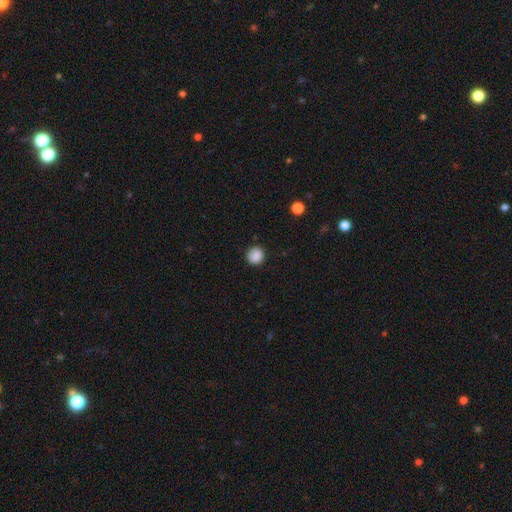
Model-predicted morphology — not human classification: Q: Smooth or featured?
A: smooth (87%); runner-up: star or artifact (10%)
Q: How rounded?
A: round (89%); runner-up: in between (10%)
Q: Merging?
A: none (88%); runner-up: minor disturbance (9%)